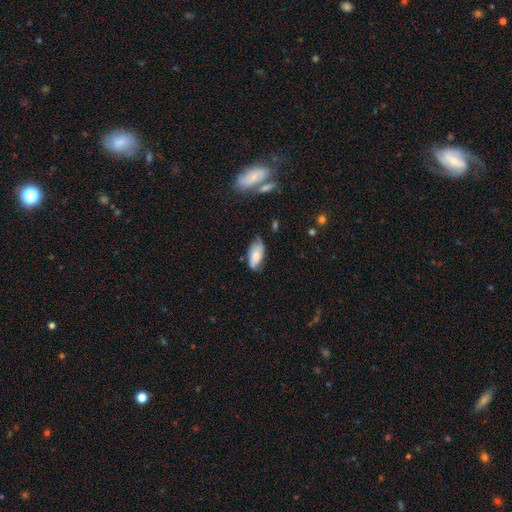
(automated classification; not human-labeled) Smooth or featured? Predicted: smooth (p=0.66). How rounded? Predicted: in between (p=0.90). Merging? Predicted: none (p=0.60).